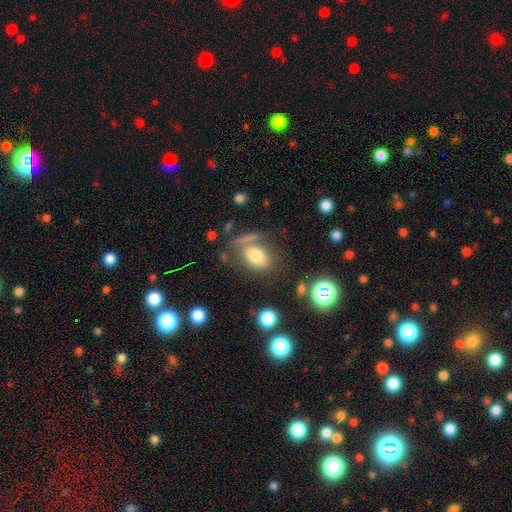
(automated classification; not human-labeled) Q: Smooth or featured?
A: smooth (74%); runner-up: featured or disk (15%)
Q: How rounded?
A: in between (75%); runner-up: round (23%)
Q: Merging?
A: none (56%); runner-up: minor disturbance (17%)